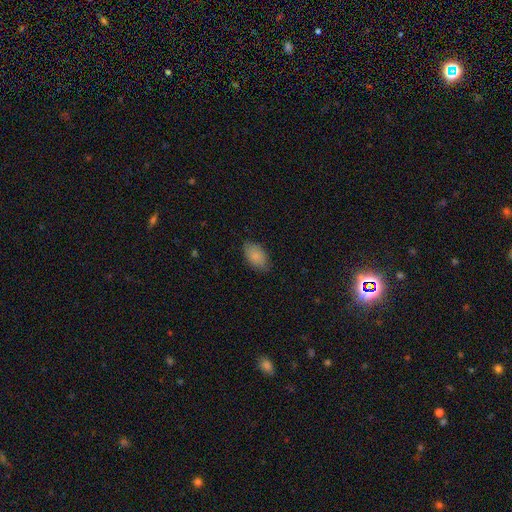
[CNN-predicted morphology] Q: Smooth or featured?
A: smooth (87%); runner-up: star or artifact (7%)
Q: How rounded?
A: in between (93%); runner-up: round (6%)
Q: Merging?
A: none (81%); runner-up: minor disturbance (15%)